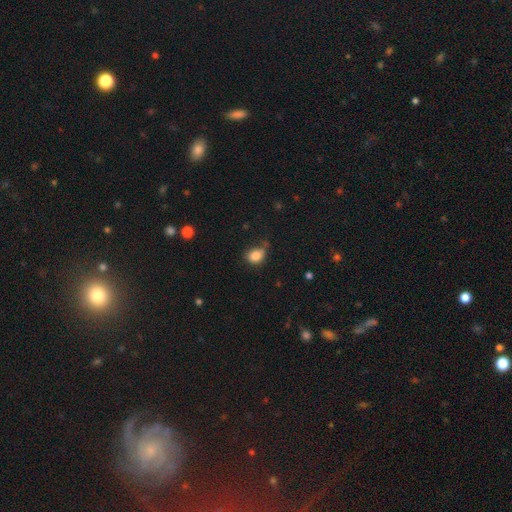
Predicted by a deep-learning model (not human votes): A smooth galaxy with no disk features (84%) that is in between round and cigar-shaped (54%).

Vote fractions:
- Smooth or featured? smooth: 84% / star or artifact: 10% / featured or disk: 6%
- How rounded? in between: 54% / round: 45% / cigar-shaped: 1%
- Merging? none: 54% / minor disturbance: 32% / major disturbance: 10% / merger: 4%